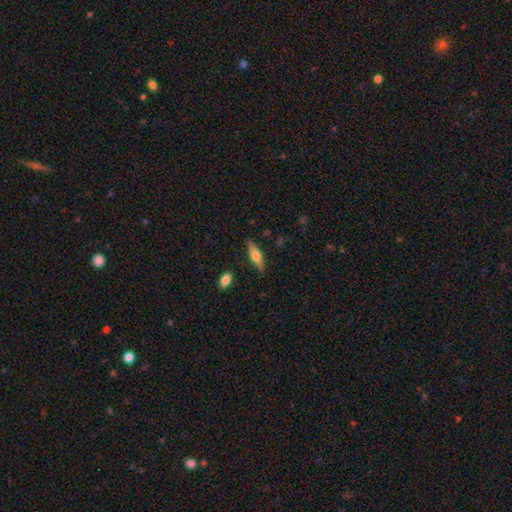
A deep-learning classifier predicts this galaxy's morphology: Smooth or featured?
  - featured or disk: 47% *
  - smooth: 46%
  - star or artifact: 6%
Merging?
  - none: 84% *
  - minor disturbance: 11%
  - major disturbance: 2%
  - merger: 2%